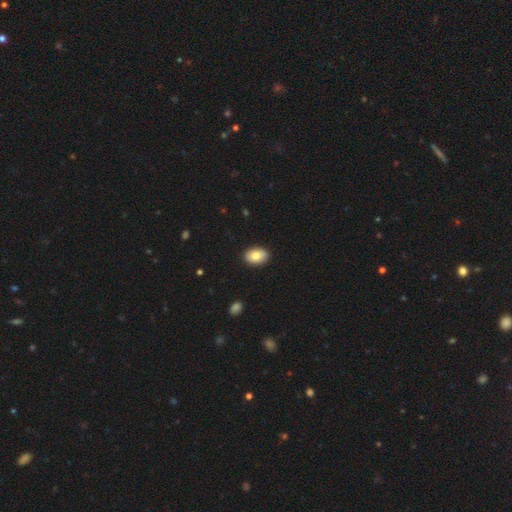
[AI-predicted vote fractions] smooth_or_featured: smooth (p=0.80) [alt: featured or disk p=0.13]
how_rounded: in between (p=0.85) [alt: round p=0.14]
merging: none (p=0.90) [alt: minor disturbance p=0.07]